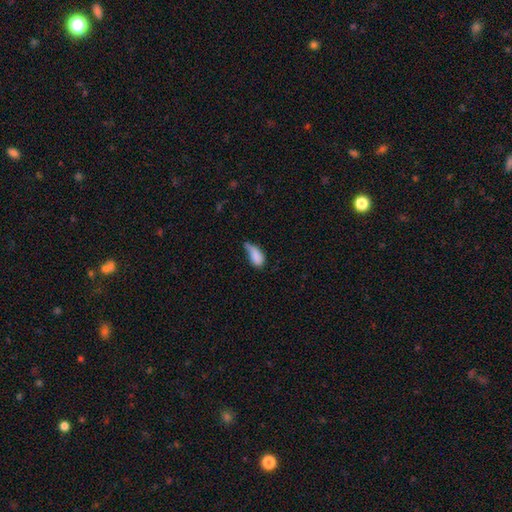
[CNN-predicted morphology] A smooth galaxy with no disk features (80%) that is in between round and cigar-shaped (87%).

Vote fractions:
- Smooth or featured? smooth: 80% / featured or disk: 11% / star or artifact: 8%
- How rounded? in between: 87% / cigar-shaped: 9% / round: 4%
- Merging? minor disturbance: 41% / major disturbance: 27% / none: 25% / merger: 8%